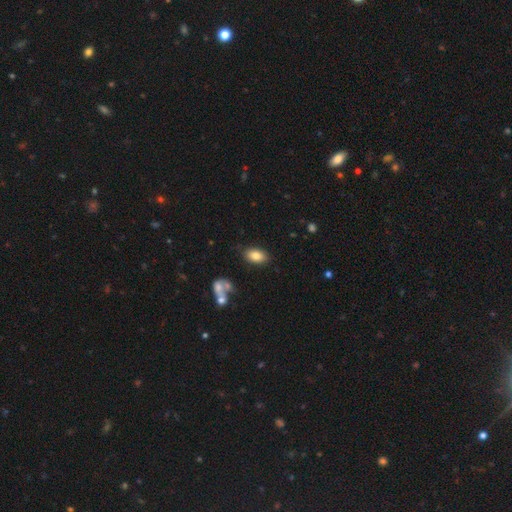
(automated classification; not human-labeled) smooth_or_featured: smooth (p=0.82) [alt: featured or disk p=0.09]
how_rounded: in between (p=0.91) [alt: round p=0.07]
merging: none (p=0.83) [alt: minor disturbance p=0.11]